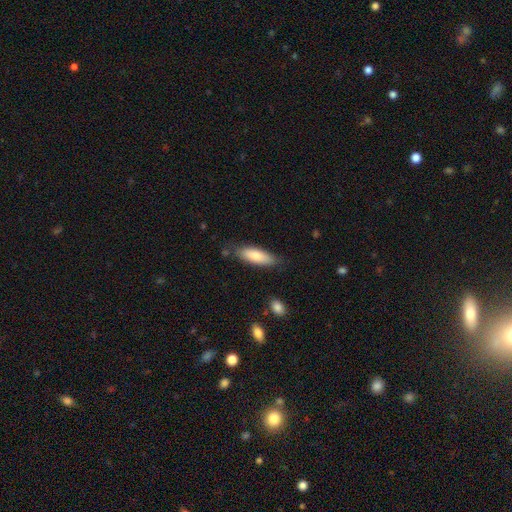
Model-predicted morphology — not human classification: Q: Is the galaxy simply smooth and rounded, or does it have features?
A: smooth — 81%.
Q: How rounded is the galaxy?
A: in between — 57%.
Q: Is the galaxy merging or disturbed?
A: none — 78%.